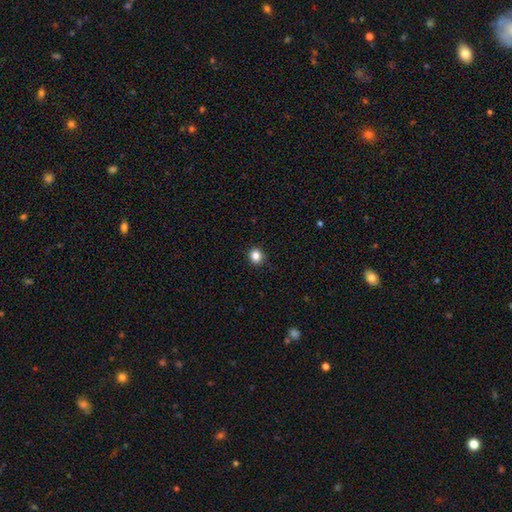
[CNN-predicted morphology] A smooth galaxy with no disk features (84%) that is round (85%).

Vote fractions:
- Smooth or featured? smooth: 84% / star or artifact: 12% / featured or disk: 4%
- How rounded? round: 85% / in between: 14% / cigar-shaped: 1%
- Merging? none: 91% / minor disturbance: 7% / major disturbance: 2% / merger: 1%